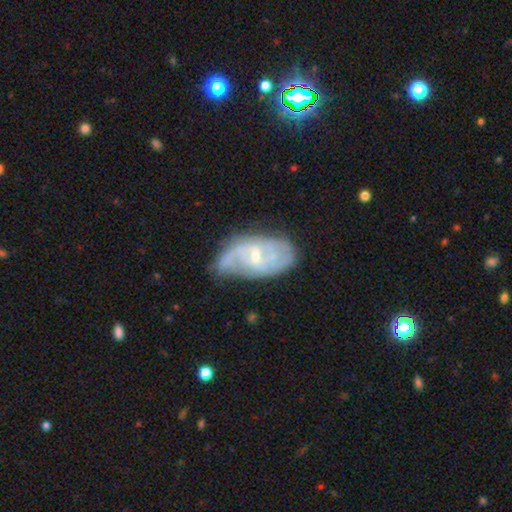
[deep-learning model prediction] A featured or disk galaxy (79%) with a weak bar (54%), 2 (42%) medium (43%) spiral arms (90%) and a small central bulge (62%). Merging: none (57%).